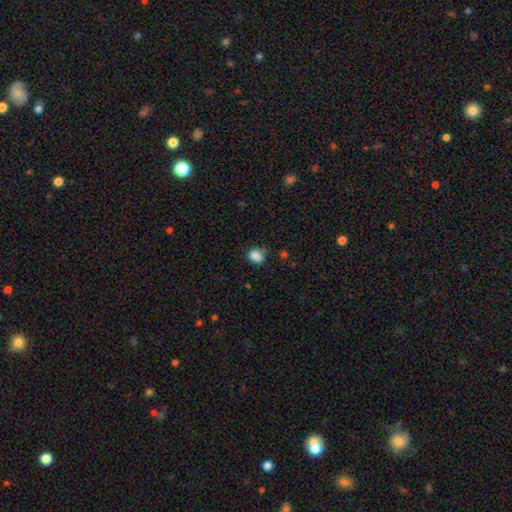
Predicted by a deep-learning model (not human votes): Overall: smooth (86%). How rounded: in between (50%; round 49%). Merging: none (66%).